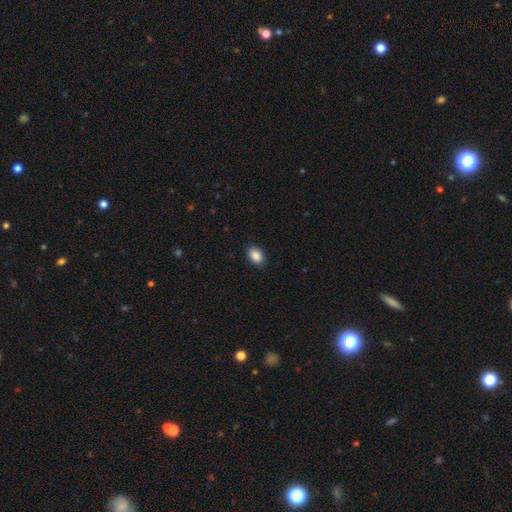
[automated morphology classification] A smooth galaxy with no disk features (88%) that is in between round and cigar-shaped (85%). Merging: none (89%).